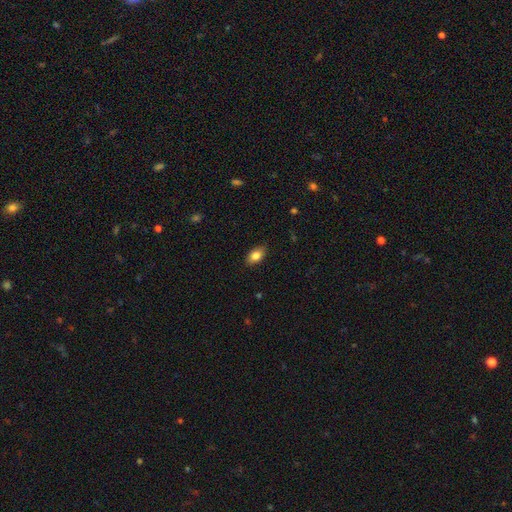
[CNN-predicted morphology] Q: Smooth or featured?
A: smooth (83%); runner-up: featured or disk (9%)
Q: How rounded?
A: in between (88%); runner-up: round (9%)
Q: Merging?
A: none (86%); runner-up: minor disturbance (11%)